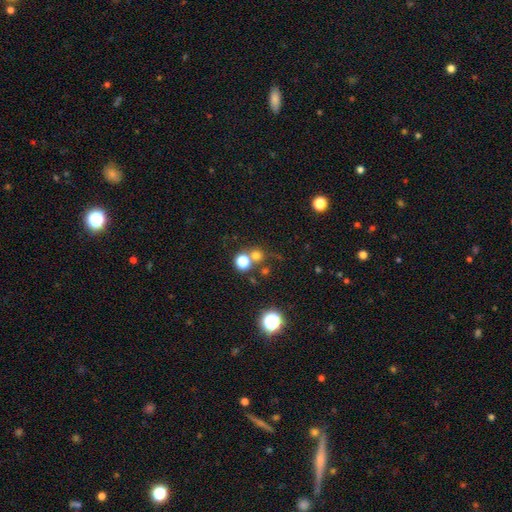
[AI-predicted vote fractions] A smooth galaxy with no disk features (67%) that is round (91%).

Vote fractions:
- Smooth or featured? smooth: 67% / star or artifact: 24% / featured or disk: 9%
- How rounded? round: 91% / in between: 8% / cigar-shaped: 1%
- Merging? none: 59% / merger: 29% / minor disturbance: 7% / major disturbance: 5%